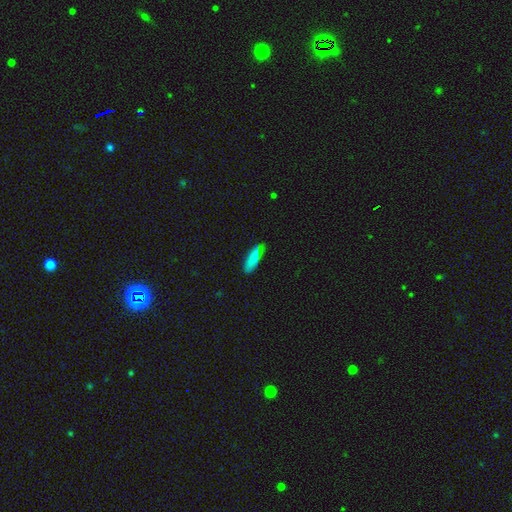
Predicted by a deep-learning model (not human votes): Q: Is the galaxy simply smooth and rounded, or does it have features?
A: smooth — 82%.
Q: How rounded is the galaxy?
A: cigar-shaped — 58%.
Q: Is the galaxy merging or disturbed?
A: none — 74%.